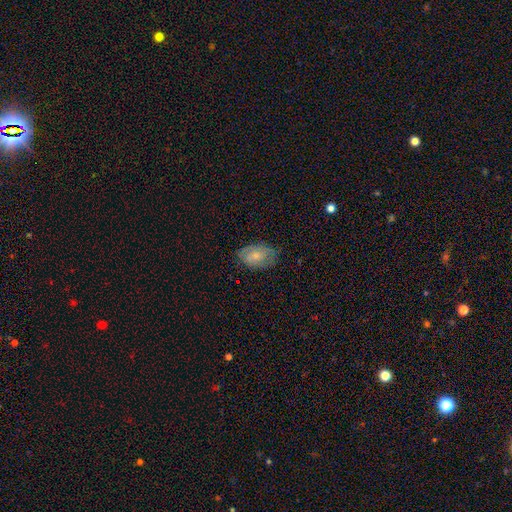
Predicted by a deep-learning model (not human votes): The model was most divided on "smooth or featured": smooth: 66%, featured or disk: 27%, star or artifact: 7%. More confident: how rounded — in between (87%); merging — none (71%).